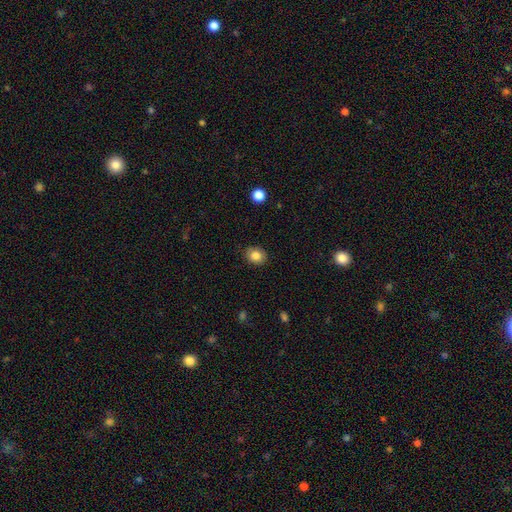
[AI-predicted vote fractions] Smooth or featured? smooth (84%)
How rounded? round (53%)
Merging? none (88%)